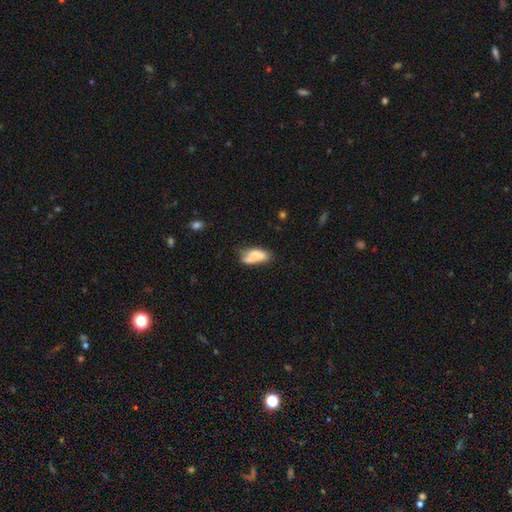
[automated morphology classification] A smooth galaxy with no disk features (67%) that is in between round and cigar-shaped (84%). Merging: none (35%).